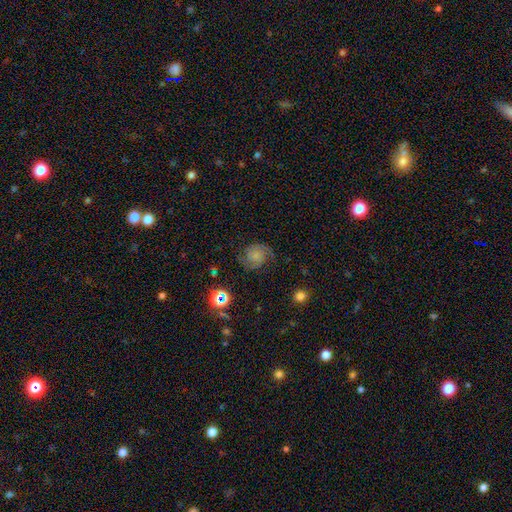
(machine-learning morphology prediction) Q: Smooth or featured?
A: featured or disk (60%); runner-up: smooth (27%)
Q: Edge-on disk?
A: no (98%); runner-up: yes (2%)
Q: Bar?
A: no (75%); runner-up: weak (21%)
Q: Spiral arms?
A: yes (94%); runner-up: no (6%)
Q: Spiral winding?
A: medium (47%); runner-up: tight (31%)
Q: Spiral arm count?
A: 2 (88%); runner-up: can't tell (5%)
Q: Bulge size?
A: small (38%); runner-up: none (36%)
Q: Merging?
A: none (71%); runner-up: minor disturbance (18%)